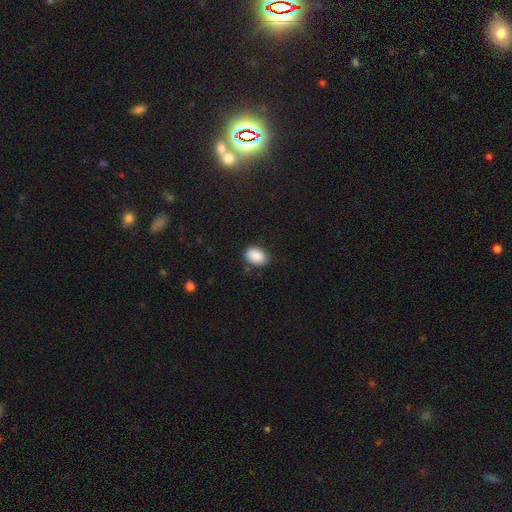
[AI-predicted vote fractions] Smooth or featured: smooth — 89% (star or artifact — 7%)
How rounded: in between — 84% (round — 15%)
Merging: none — 80% (minor disturbance — 15%)